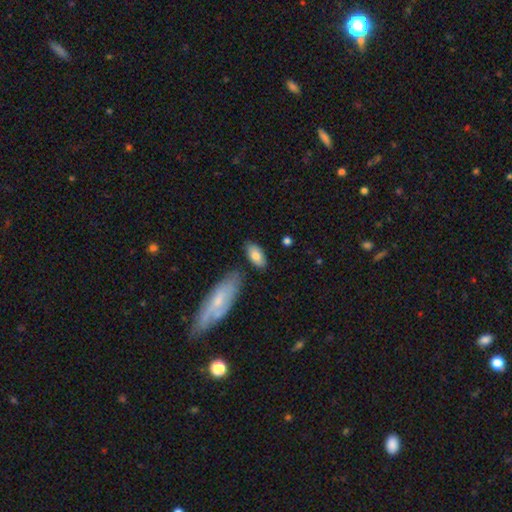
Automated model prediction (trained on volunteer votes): This is likely a smooth galaxy (80%). How rounded: clearly in between (88%). Merging: likely none (77%).